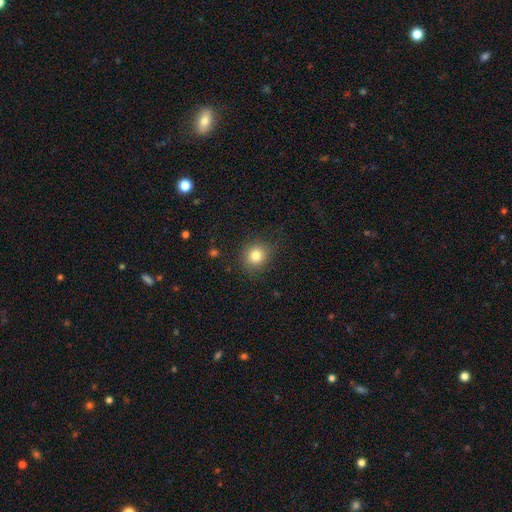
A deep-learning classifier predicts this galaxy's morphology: Smooth or featured? Predicted: smooth (p=0.82). How rounded? Predicted: round (p=0.85). Merging? Predicted: none (p=0.85).